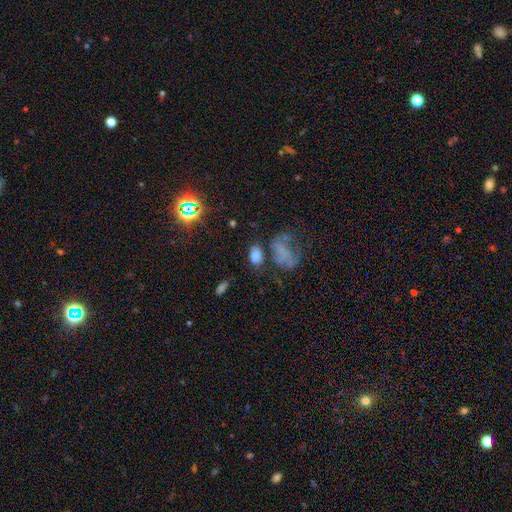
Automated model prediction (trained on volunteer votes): This is likely a smooth galaxy (72%). How rounded: clearly in between (84%). Merging: possibly none (55%).